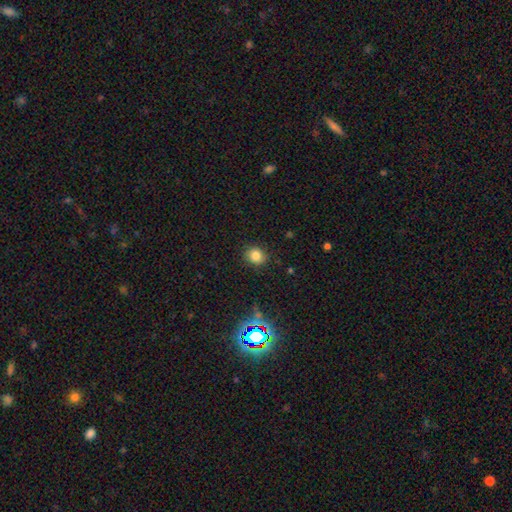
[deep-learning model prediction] This appears to be a smooth galaxy with no disk features (79%) that is round (76%). Merging: none (87%).